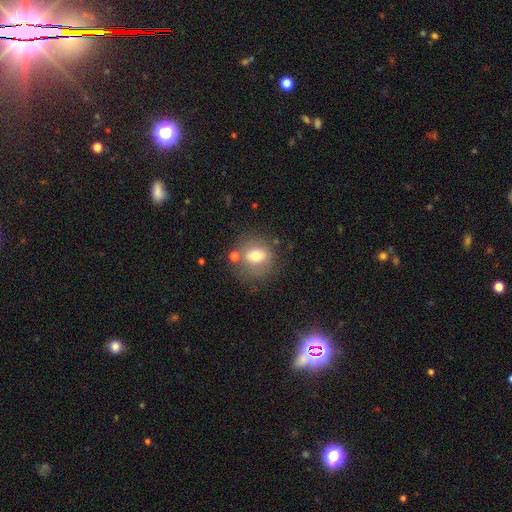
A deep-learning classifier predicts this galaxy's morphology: Smooth or featured: smooth — 64% (featured or disk — 25%)
How rounded: round — 70% (in between — 29%)
Merging: none — 67% (minor disturbance — 16%)